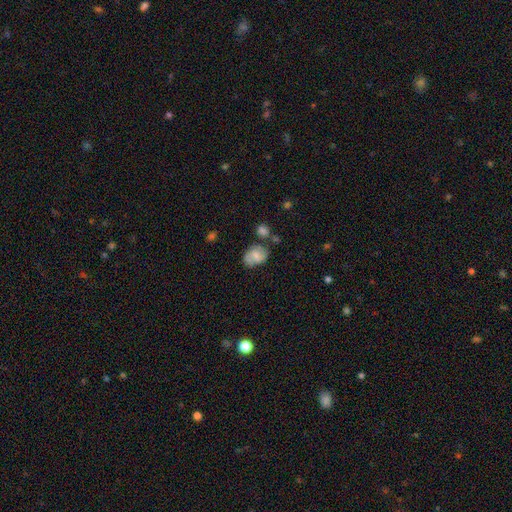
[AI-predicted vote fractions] smooth 49%, featured or disk 42%, star or artifact 9%. Down the decision tree: merging — none (58%).